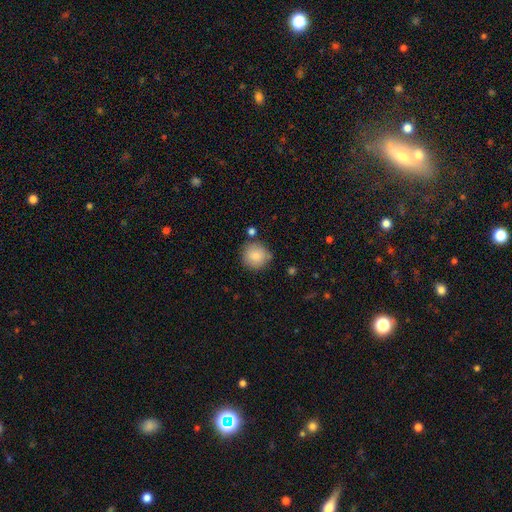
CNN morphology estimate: Smooth or featured? Predicted: smooth (p=0.85). How rounded? Predicted: round (p=0.93). Merging? Predicted: none (p=0.80).